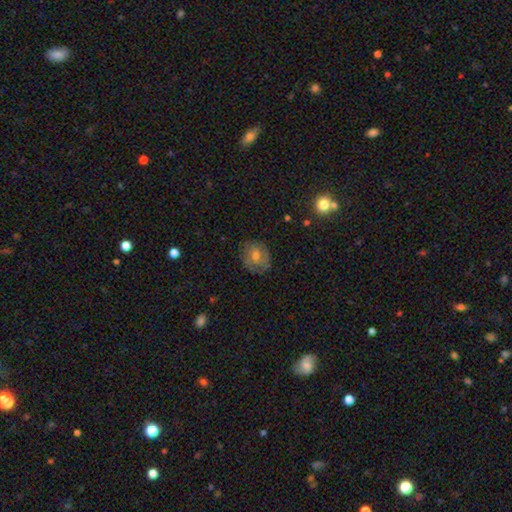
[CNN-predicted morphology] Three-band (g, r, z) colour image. It shows a featured or disk galaxy (46%). Merging: none (76%).